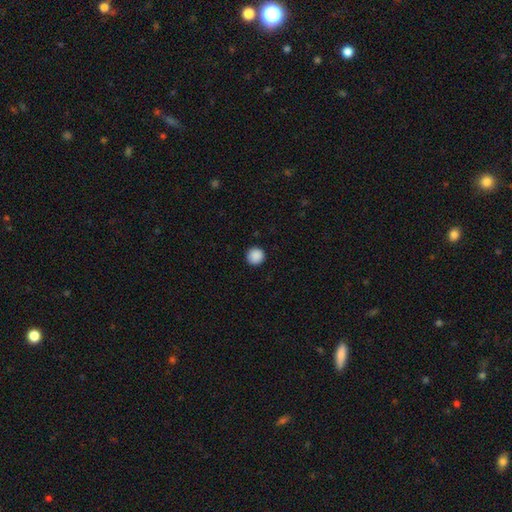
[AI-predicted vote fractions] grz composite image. It shows a smooth galaxy with no disk features (89%) that is round (95%). Merging: none (93%).